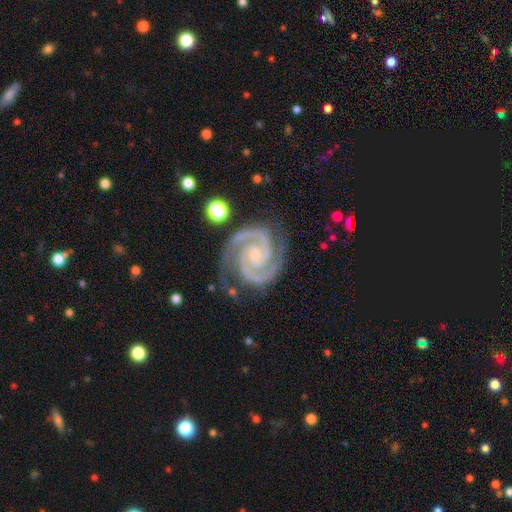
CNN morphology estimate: smooth_or_featured: featured or disk (p=0.94) [alt: star or artifact p=0.04]
disk_edge_on: no (p=0.98) [alt: yes p=0.02]
bar: no (p=0.61) [alt: weak p=0.26]
has_spiral_arms: yes (p=0.99) [alt: no p=0.01]
spiral_winding: tight (p=0.69) [alt: medium p=0.29]
spiral_arm_count: 2 (p=0.93) [alt: 3 p=0.03]
bulge_size: small (p=0.71) [alt: moderate p=0.19]
merging: none (p=0.80) [alt: minor disturbance p=0.15]